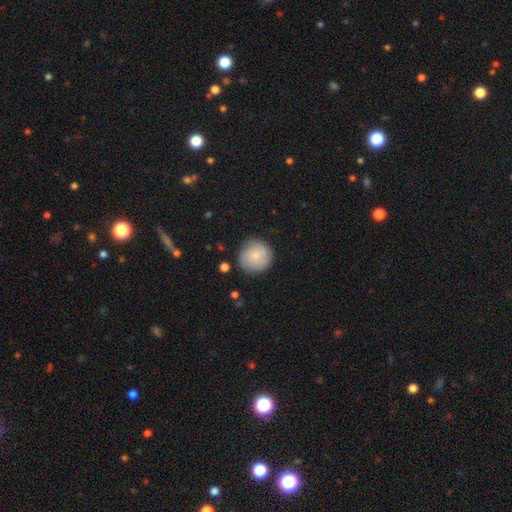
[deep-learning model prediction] The model was most divided on "smooth or featured": smooth: 73%, featured or disk: 21%, star or artifact: 6%. More confident: how rounded — round (93%); merging — none (82%).